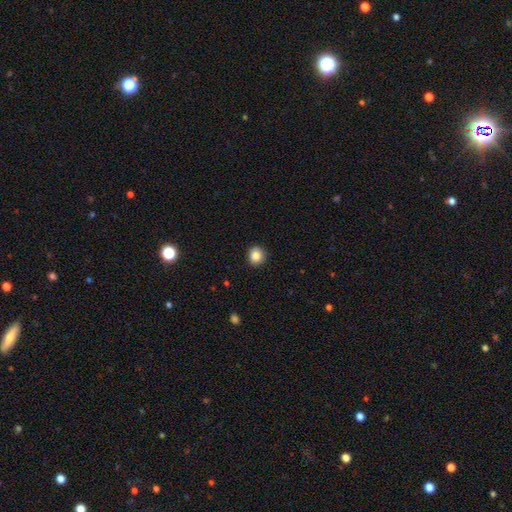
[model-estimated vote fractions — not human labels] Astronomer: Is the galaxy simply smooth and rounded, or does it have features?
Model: smooth — 86%.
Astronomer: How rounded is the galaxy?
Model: round — 87%.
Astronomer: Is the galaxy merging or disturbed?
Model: none — 90%.